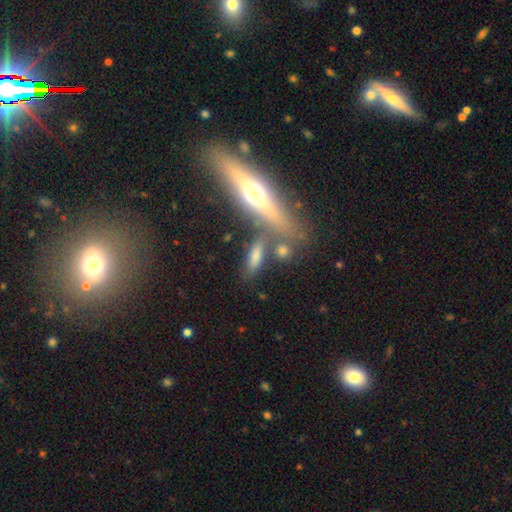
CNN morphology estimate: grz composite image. It shows a smooth galaxy with no disk features (67%) that is cigar-shaped (49%). Merging: none (60%).